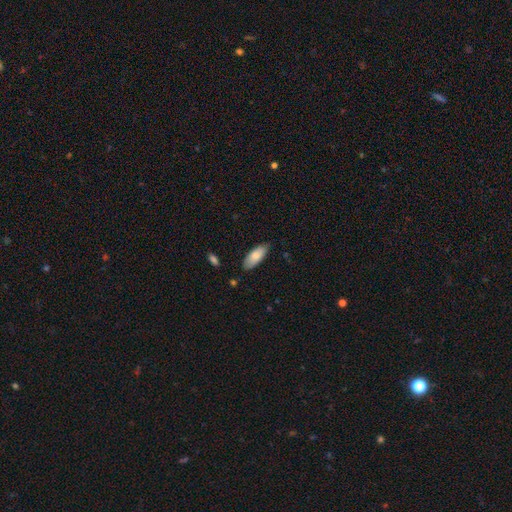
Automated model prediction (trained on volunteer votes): This is likely a smooth galaxy (78%). How rounded: clearly in between (82%). Merging: clearly none (81%).